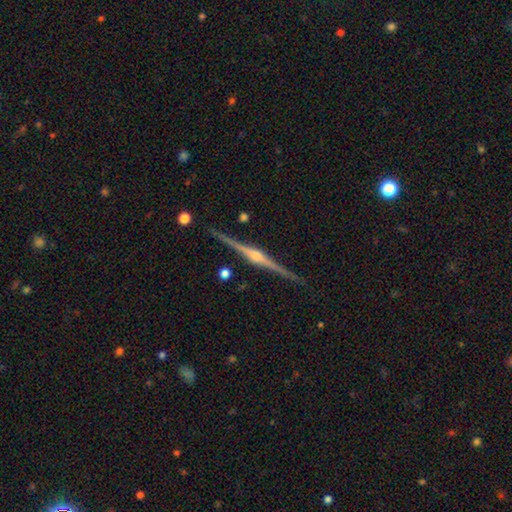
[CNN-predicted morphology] Q: Smooth or featured?
A: featured or disk (90%); runner-up: smooth (5%)
Q: Edge-on disk?
A: yes (99%); runner-up: no (1%)
Q: Edge-on bulge?
A: rounded (92%); runner-up: boxy (5%)
Q: Merging?
A: none (91%); runner-up: minor disturbance (6%)